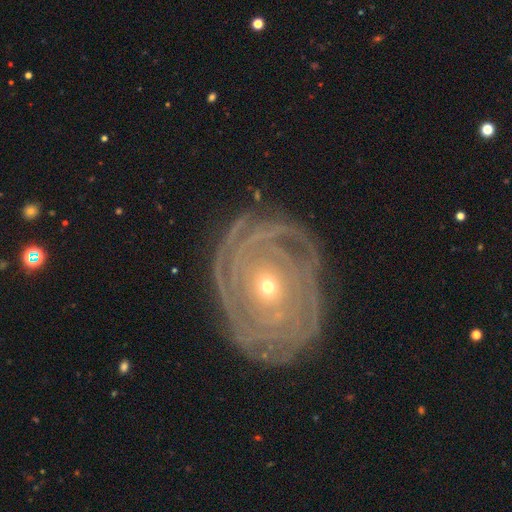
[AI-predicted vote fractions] Smooth or featured? Predicted: featured or disk (p=0.87). Edge-on disk? Predicted: no (p=0.96). Bar? Predicted: no (p=0.75). Spiral arms? Predicted: yes (p=0.96). Spiral winding? Predicted: tight (p=0.86). Spiral arm count? Predicted: can't tell (p=0.26). Bulge size? Predicted: small (p=0.69). Merging? Predicted: none (p=0.80).